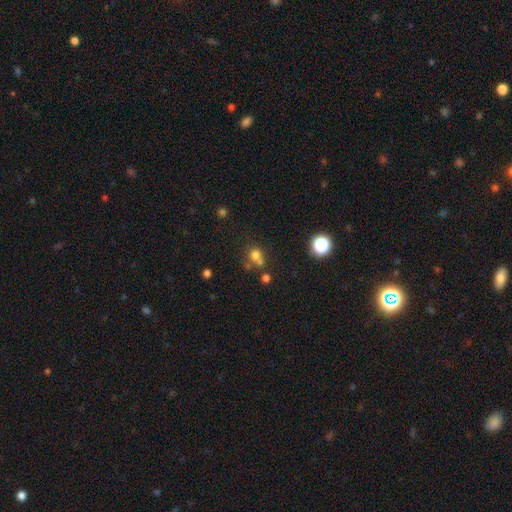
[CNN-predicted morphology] Smooth or featured? Predicted: smooth (p=0.69). How rounded? Predicted: round (p=0.83). Merging? Predicted: none (p=0.50).